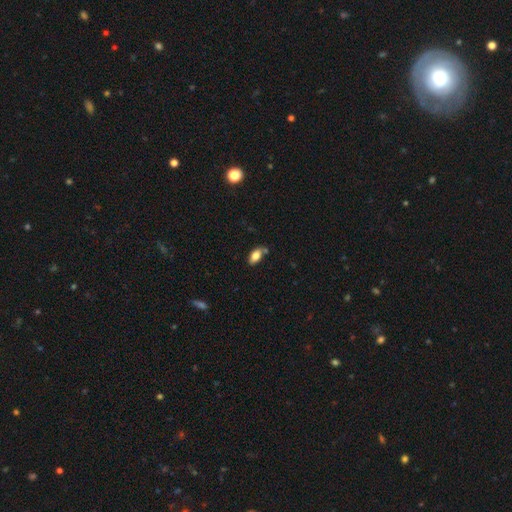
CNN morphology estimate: smooth 79%, featured or disk 13%, star or artifact 8%. Down the decision tree: how rounded — in between (90%); merging — none (66%).